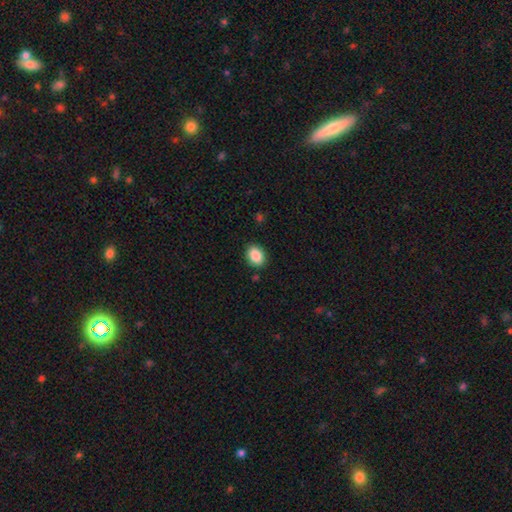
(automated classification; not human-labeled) Smooth or featured? Predicted: smooth (p=0.88). How rounded? Predicted: in between (p=0.69). Merging? Predicted: none (p=0.87).